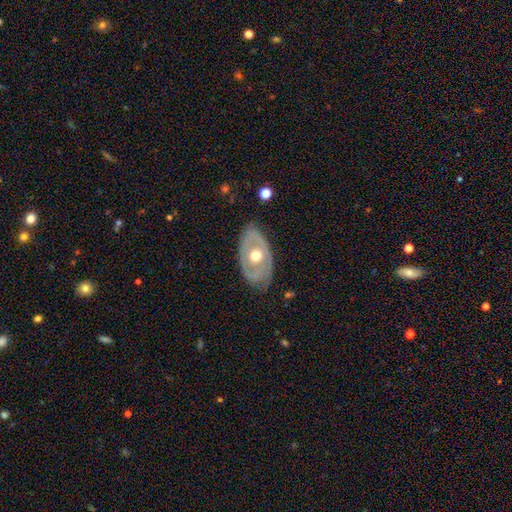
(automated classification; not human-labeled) smooth-or-featured: featured or disk: 66% | smooth: 29% | star or artifact: 5%
  disk-edge-on: no: 90% | yes: 10%
    bar: no: 88% | weak: 10% | strong: 3%
    has-spiral-arms: no: 69% | yes: 31%
    bulge-size: moderate: 78% | large: 11% | small: 9% | dominant: 1% | none: 1%
  merging: none: 71% | minor disturbance: 21% | major disturbance: 7% | merger: 1%